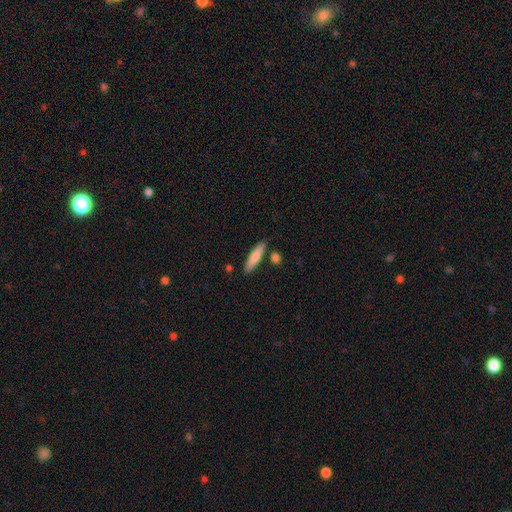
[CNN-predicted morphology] A smooth galaxy with no disk features (75%) that is cigar-shaped (78%). Merging: none (82%).